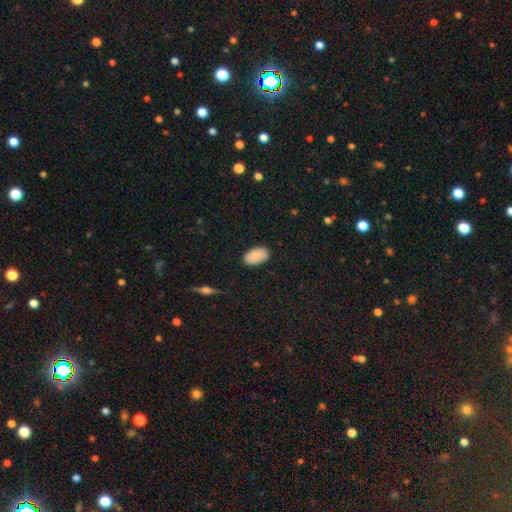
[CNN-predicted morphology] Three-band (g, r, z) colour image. It shows a smooth galaxy with no disk features (86%) that is in between round and cigar-shaped (93%). Merging: none (83%).